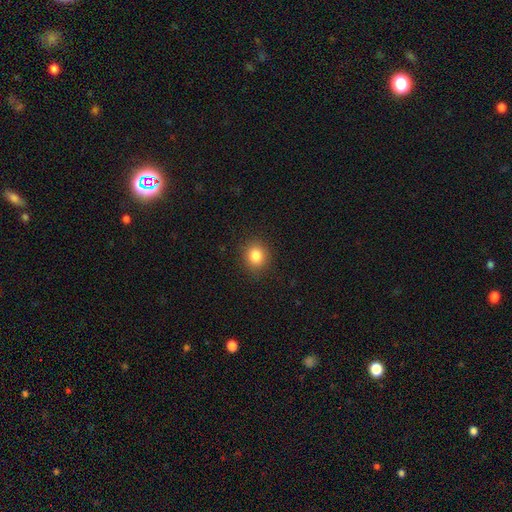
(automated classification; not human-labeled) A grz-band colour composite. It shows a smooth galaxy with no disk features (85%) that is round (72%). Merging: none (89%).